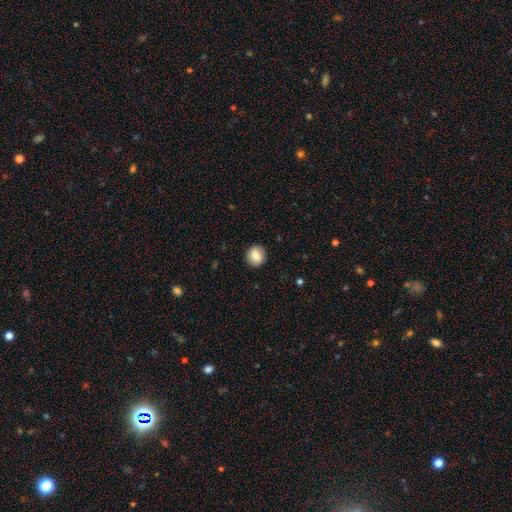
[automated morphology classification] Smooth or featured?
  - smooth: 82% *
  - featured or disk: 10%
  - star or artifact: 8%
How rounded?
  - round: 84% *
  - in between: 15%
  - cigar-shaped: 1%
Merging?
  - none: 90% *
  - minor disturbance: 7%
  - major disturbance: 2%
  - merger: 1%